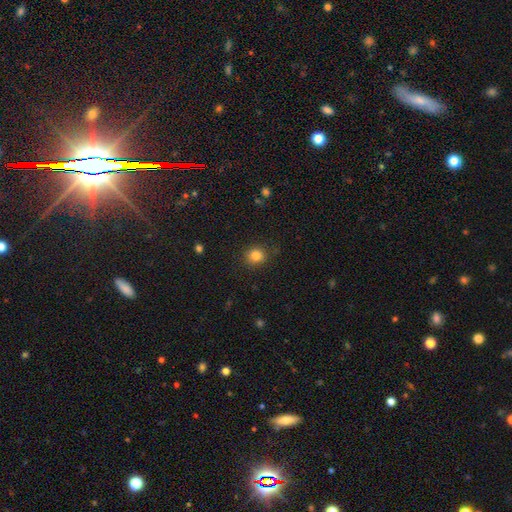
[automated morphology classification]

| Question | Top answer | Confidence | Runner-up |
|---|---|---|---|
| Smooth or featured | smooth | 83% | star or artifact (12%) |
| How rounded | round | 83% | in between (16%) |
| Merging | none | 88% | minor disturbance (8%) |